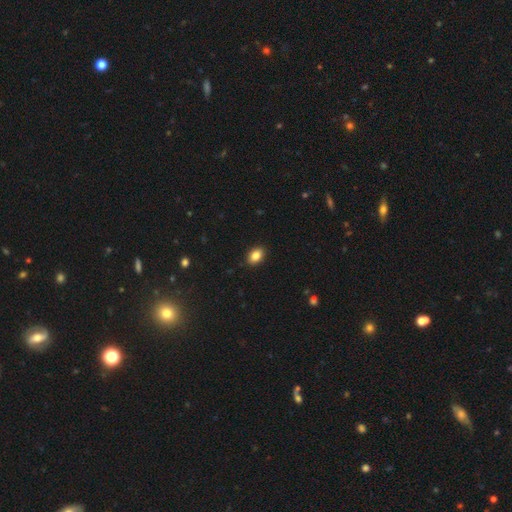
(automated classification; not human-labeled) Smooth or featured: smooth — 87% (star or artifact — 9%)
How rounded: in between — 79% (round — 20%)
Merging: none — 90% (minor disturbance — 7%)